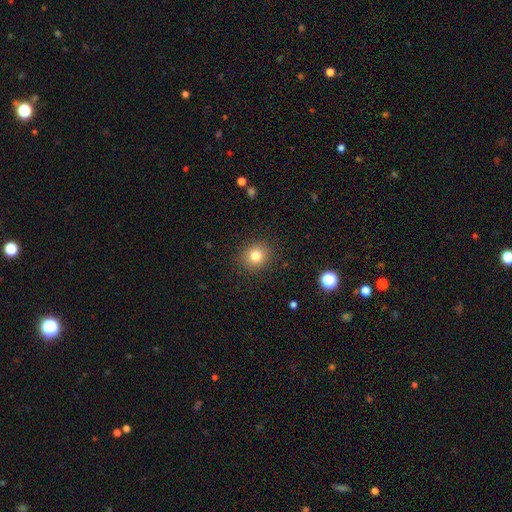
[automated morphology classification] type=smooth (81%); roundness=round (80%); merging=none (89%).